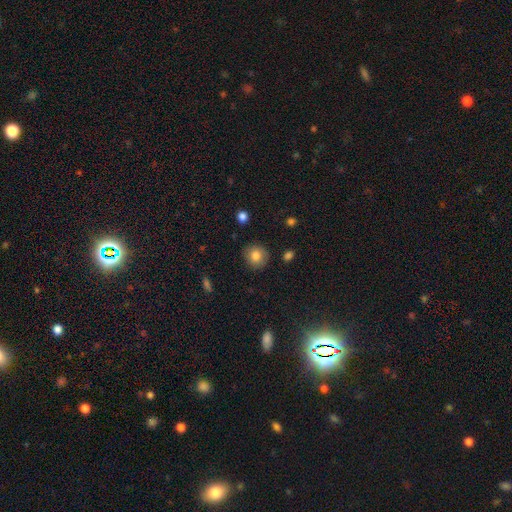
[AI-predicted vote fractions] A smooth galaxy with no disk features (81%) that is round (88%).

Vote fractions:
- Smooth or featured? smooth: 81% / featured or disk: 9% / star or artifact: 9%
- How rounded? round: 88% / in between: 11% / cigar-shaped: 1%
- Merging? none: 87% / minor disturbance: 9% / major disturbance: 2% / merger: 1%